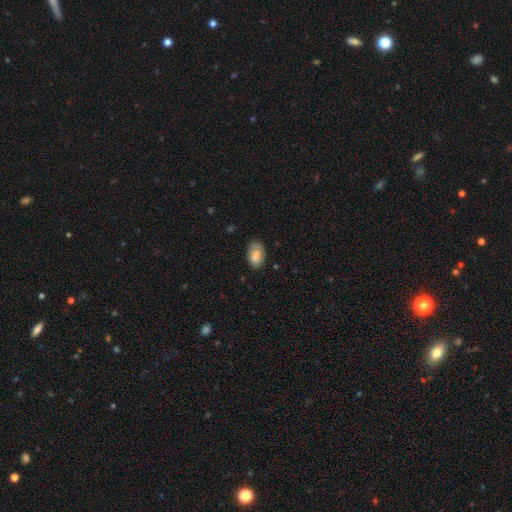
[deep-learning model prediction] Smooth or featured: smooth — 81% (featured or disk — 12%)
How rounded: in between — 92% (round — 6%)
Merging: none — 76% (minor disturbance — 18%)